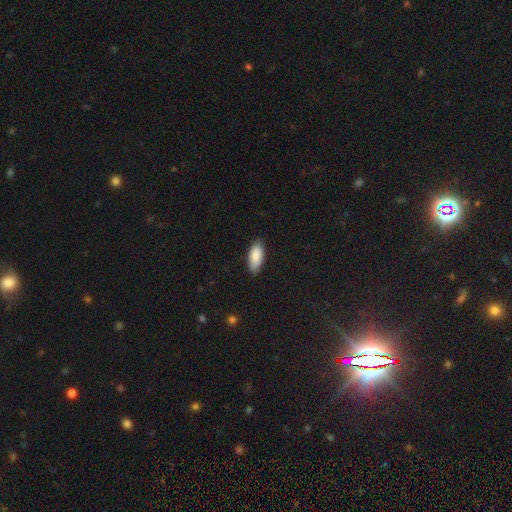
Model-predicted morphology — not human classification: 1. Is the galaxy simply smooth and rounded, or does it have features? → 88% smooth, 6% featured or disk, 6% star or artifact.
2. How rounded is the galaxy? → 87% in between, 11% cigar-shaped, 2% round.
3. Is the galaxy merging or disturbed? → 83% none, 14% minor disturbance, 2% major disturbance, 1% merger.